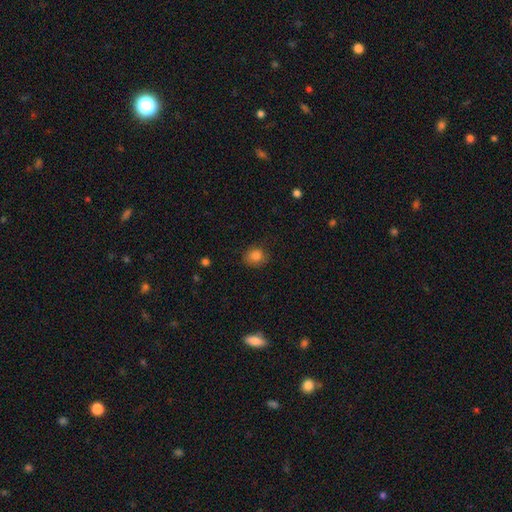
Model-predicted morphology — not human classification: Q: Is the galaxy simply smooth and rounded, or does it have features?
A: smooth — 84%.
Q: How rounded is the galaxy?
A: round — 71%.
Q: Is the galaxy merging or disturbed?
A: none — 80%.